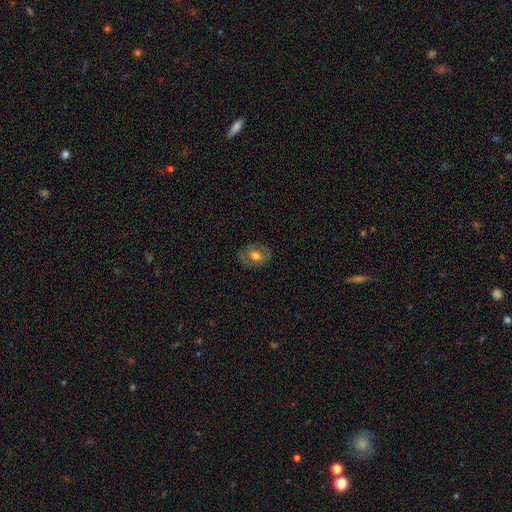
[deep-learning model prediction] smooth-or-featured: smooth: 61% | featured or disk: 30% | star or artifact: 9%
  how-rounded: in between: 59% | round: 40% | cigar-shaped: 1%
  merging: none: 75% | minor disturbance: 18% | major disturbance: 6% | merger: 1%